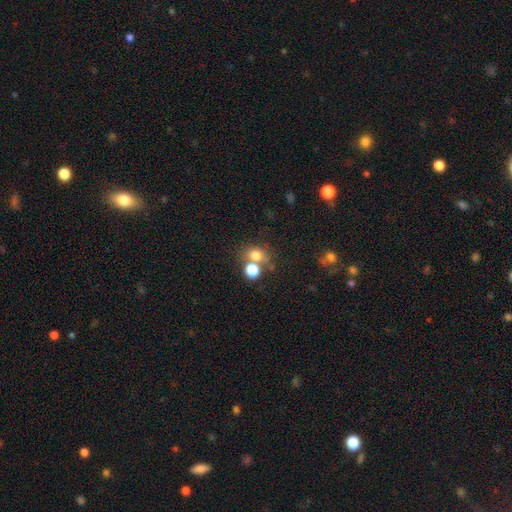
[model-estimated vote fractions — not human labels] Q: Smooth or featured?
A: smooth (74%); runner-up: star or artifact (16%)
Q: How rounded?
A: round (64%); runner-up: in between (35%)
Q: Merging?
A: none (51%); runner-up: merger (35%)